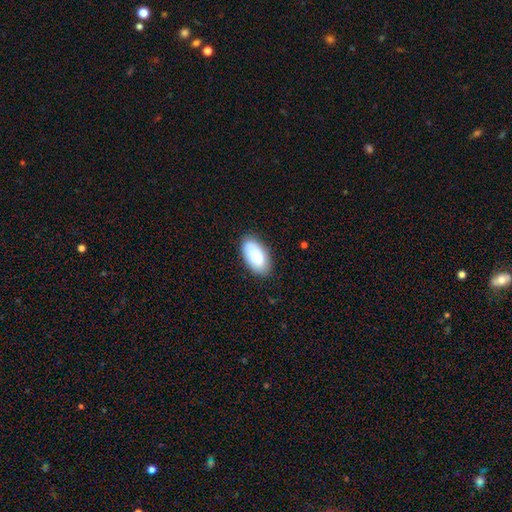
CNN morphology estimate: This appears to be a smooth galaxy with no disk features (82%) that is in between round and cigar-shaped (95%). Merging: none (83%).